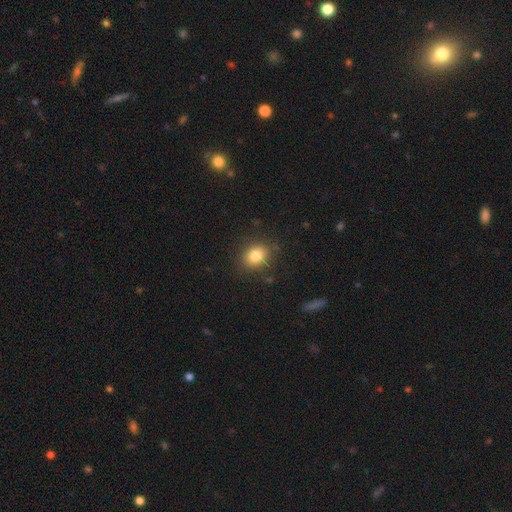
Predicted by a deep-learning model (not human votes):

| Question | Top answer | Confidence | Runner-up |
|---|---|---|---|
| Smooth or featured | smooth | 82% | star or artifact (10%) |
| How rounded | round | 57% | in between (42%) |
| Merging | none | 85% | minor disturbance (10%) |